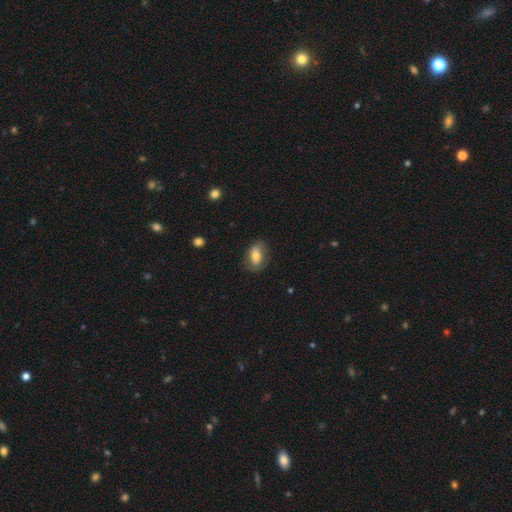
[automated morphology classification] A smooth galaxy with no disk features (69%) that is in between round and cigar-shaped (83%). Merging: none (74%).